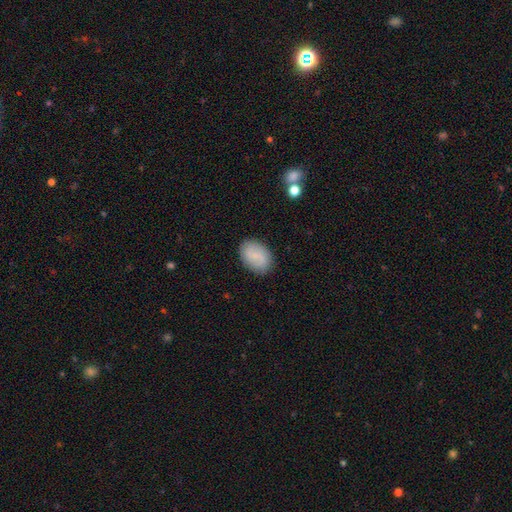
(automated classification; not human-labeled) Overall: smooth (72%). How rounded: in between (85%). Merging: none (86%).